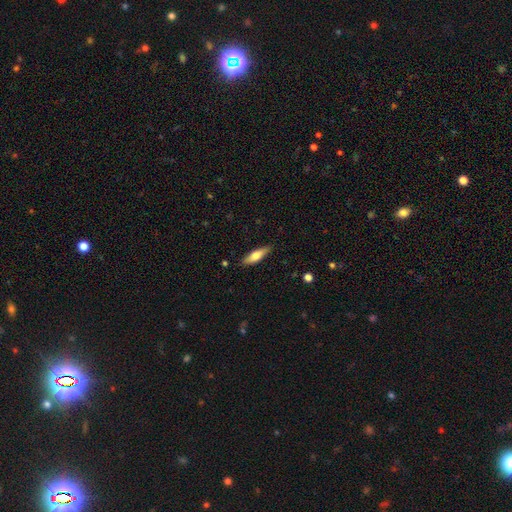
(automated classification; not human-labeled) smooth_or_featured: smooth (p=0.61) [alt: featured or disk p=0.34]
how_rounded: cigar-shaped (p=0.60) [alt: in between p=0.38]
merging: none (p=0.86) [alt: minor disturbance p=0.11]